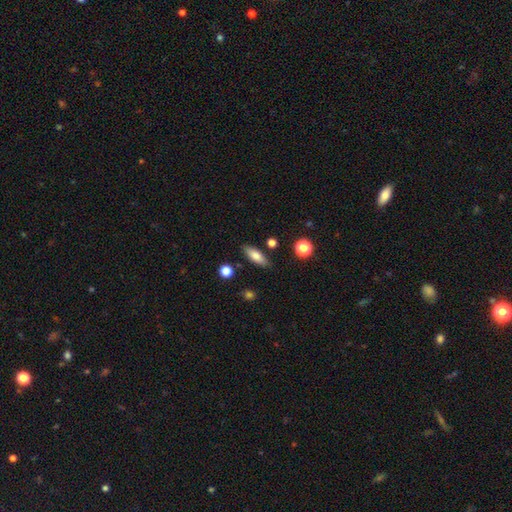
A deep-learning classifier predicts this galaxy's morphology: Overall: smooth (75%). How rounded: in between (61%; cigar-shaped 35%). Merging: none (84%).